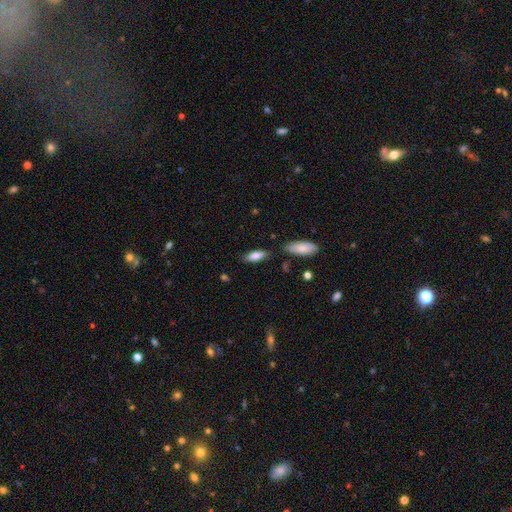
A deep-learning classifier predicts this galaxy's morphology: Smooth or featured? smooth (83%)
How rounded? in between (72%)
Merging? none (76%)